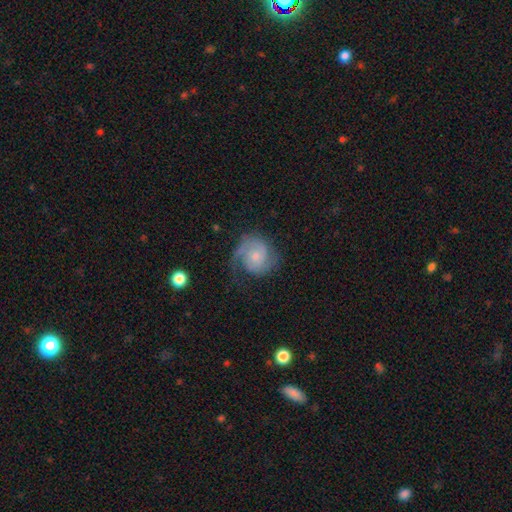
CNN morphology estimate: Smooth or featured? featured or disk (76%)
Edge-on disk? no (98%)
Bar? no (69%)
Spiral arms? yes (95%)
Spiral winding? medium (44%)
Spiral arm count? 2 (68%)
Bulge size? small (56%)
Merging? none (60%)